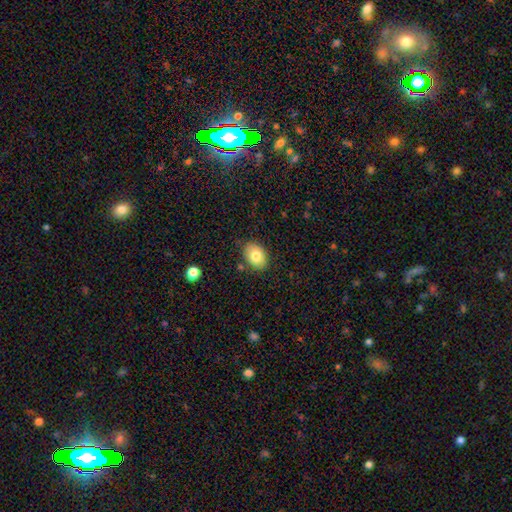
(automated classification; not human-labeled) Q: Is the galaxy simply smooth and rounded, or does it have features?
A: smooth — 80%.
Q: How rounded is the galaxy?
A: in between — 78%.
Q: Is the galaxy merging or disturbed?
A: none — 83%.